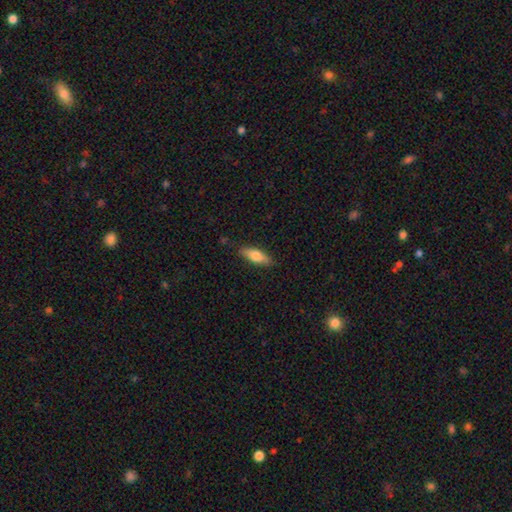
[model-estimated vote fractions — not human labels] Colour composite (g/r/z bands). It shows a smooth galaxy with no disk features (73%) that is in between round and cigar-shaped (59%). Merging: none (85%).